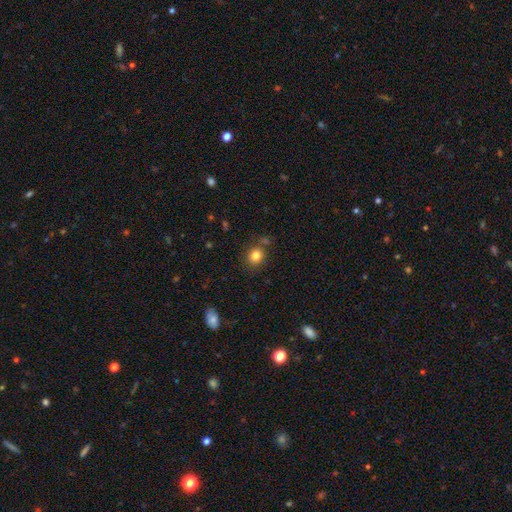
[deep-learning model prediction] Overall: smooth (81%). How rounded: round (77%). Merging: none (79%).